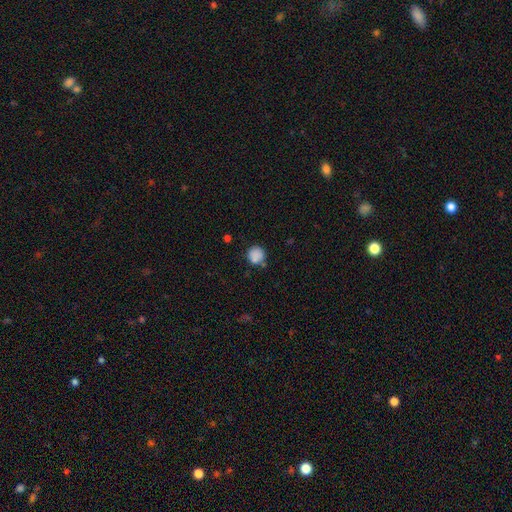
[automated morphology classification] This is clearly a smooth galaxy (85%). How rounded: clearly round (89%). Merging: likely none (69%).